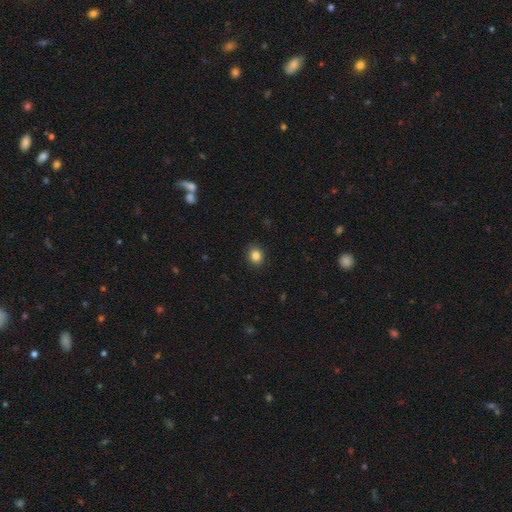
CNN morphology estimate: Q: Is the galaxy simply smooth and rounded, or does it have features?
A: smooth — 84%.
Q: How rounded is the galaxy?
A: round — 71%.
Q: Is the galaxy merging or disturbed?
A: none — 90%.